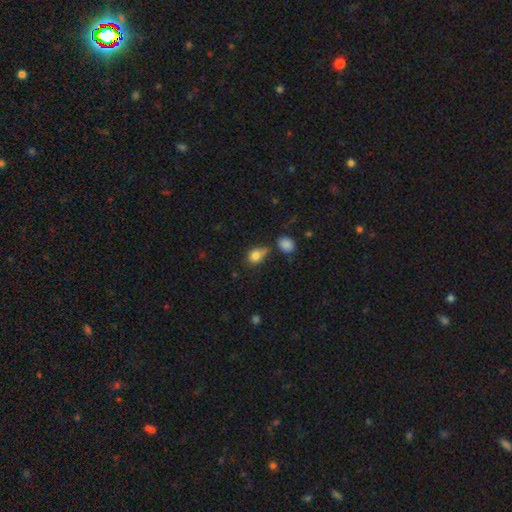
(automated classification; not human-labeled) This is clearly a smooth galaxy (81%). How rounded: possibly round (50%). Merging: possibly none (47%).